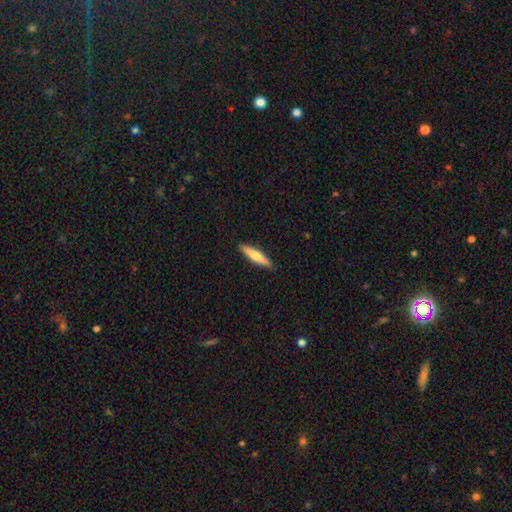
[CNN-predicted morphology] The model was most divided on "smooth or featured": smooth: 65%, featured or disk: 30%, star or artifact: 5%. More confident: merging — none (90%); how rounded — cigar-shaped (82%).